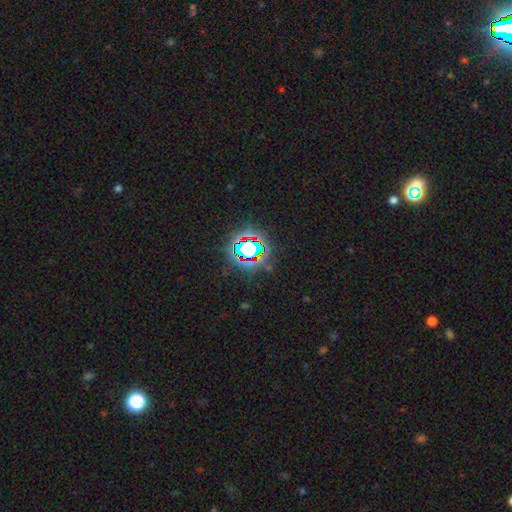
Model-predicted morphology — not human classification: Q: Smooth or featured?
A: star or artifact (82%); runner-up: smooth (11%)